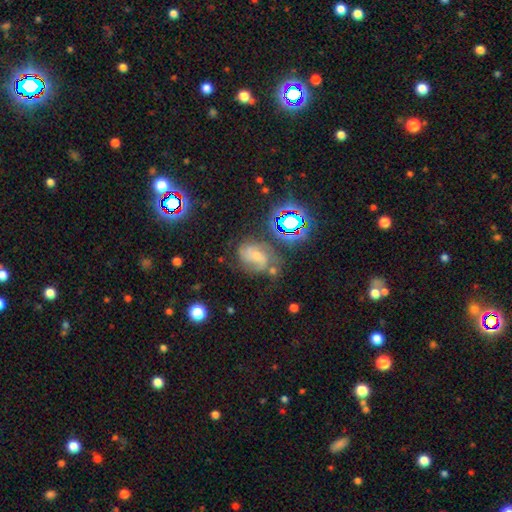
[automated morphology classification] smooth-or-featured: featured or disk: 60% | smooth: 22% | star or artifact: 19%
  disk-edge-on: no: 97% | yes: 3%
    bar: no: 55% | weak: 35% | strong: 11%
    has-spiral-arms: yes: 90% | no: 10%
      spiral-winding: medium: 48% | tight: 29% | loose: 23%
      spiral-arm-count: 2: 48% | can't tell: 20% | 3: 20% | 1: 5% | 4: 4% | more than 4: 3%
    bulge-size: small: 53% | moderate: 29% | none: 11% | large: 5% | dominant: 2%
  merging: none: 49% | minor disturbance: 23% | major disturbance: 16% | merger: 11%